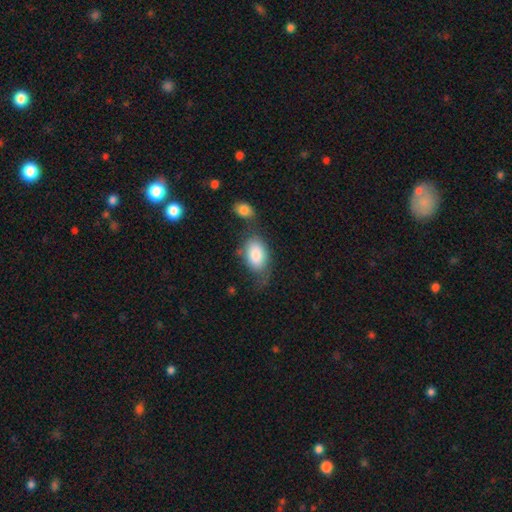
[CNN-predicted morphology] This is clearly a smooth galaxy (83%). How rounded: clearly in between (89%). Merging: possibly none (45%).